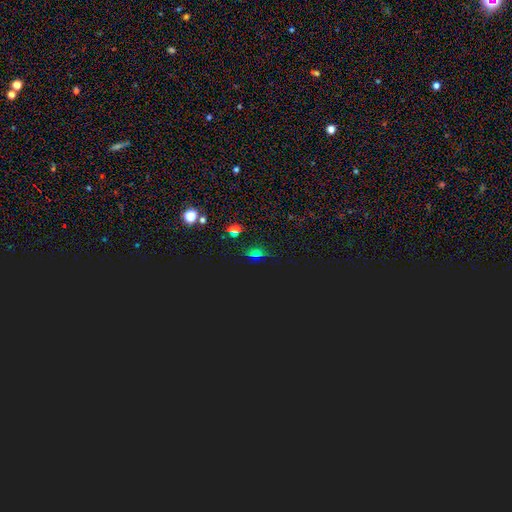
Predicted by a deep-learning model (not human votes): Smooth or featured?
  - star or artifact: 52% *
  - smooth: 34%
  - featured or disk: 14%